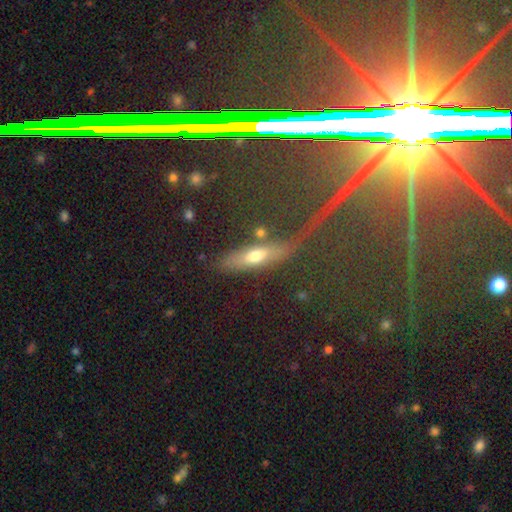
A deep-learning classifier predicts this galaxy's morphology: The model was most divided on "how rounded": cigar-shaped: 48%, in between: 42%, round: 10%. More confident: merging — none (68%); smooth or featured — smooth (57%).